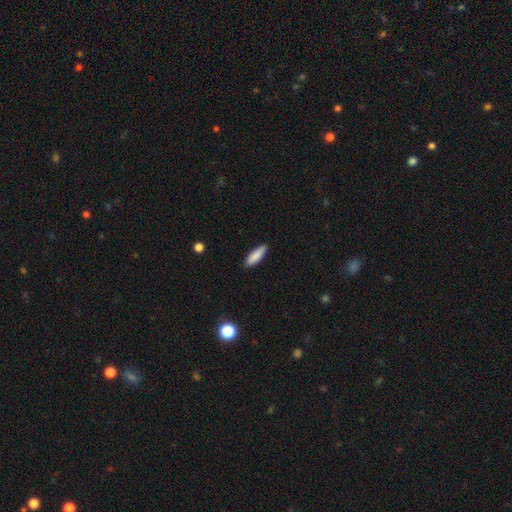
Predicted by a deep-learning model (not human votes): smooth_or_featured: smooth (p=0.87) [alt: featured or disk p=0.07]
how_rounded: cigar-shaped (p=0.59) [alt: in between p=0.40]
merging: none (p=0.89) [alt: minor disturbance p=0.08]